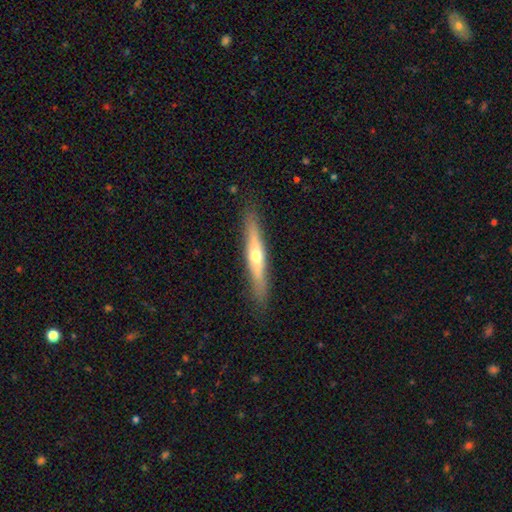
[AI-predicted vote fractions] A featured or disk galaxy (59%) viewed edge-on (91%) with a rounded central bulge (86%).

Vote fractions:
- Smooth or featured? featured or disk: 59% / smooth: 35% / star or artifact: 6%
- Edge-on disk? yes: 91% / no: 9%
- Edge-on bulge? rounded: 86% / none: 11% / boxy: 3%
- Merging? none: 88% / minor disturbance: 9% / major disturbance: 2% / merger: 1%